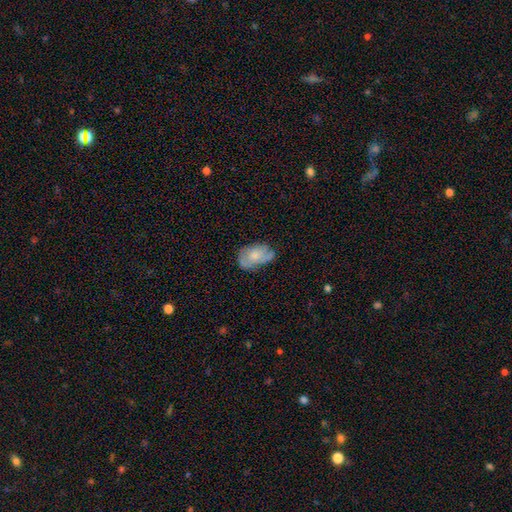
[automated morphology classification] smooth 59%, featured or disk 33%, star or artifact 8%. Down the decision tree: how rounded — in between (89%); merging — none (50%).